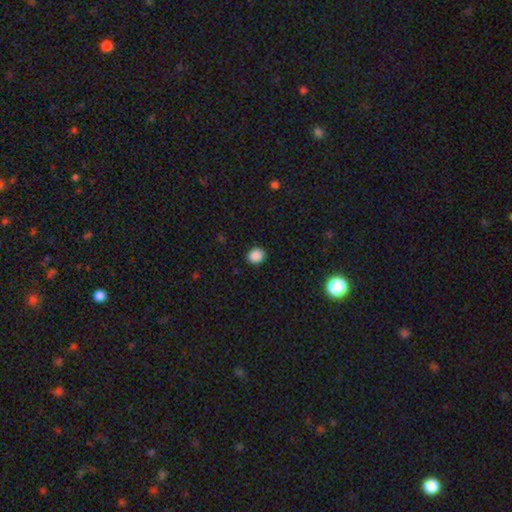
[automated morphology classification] This appears to be a smooth galaxy with no disk features (88%) that is round (70%). Merging: none (90%).